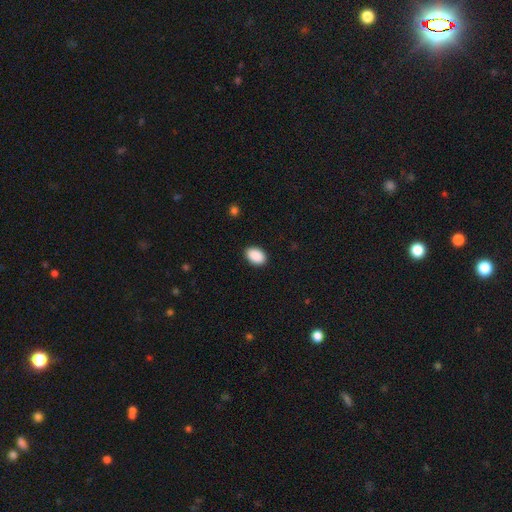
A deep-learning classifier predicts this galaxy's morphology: Smooth or featured? smooth (91%)
How rounded? in between (88%)
Merging? none (89%)